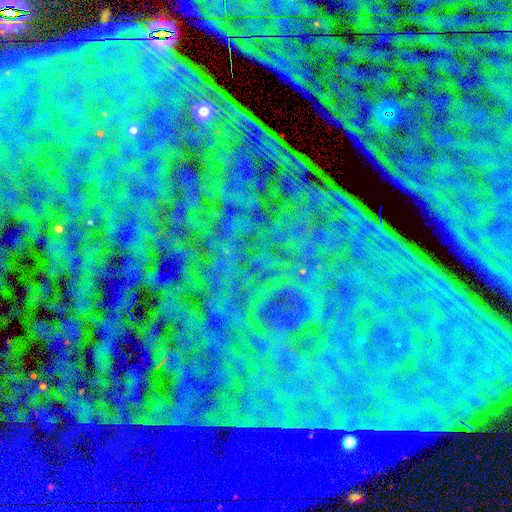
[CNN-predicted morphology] The model was most divided on "smooth or featured": star or artifact: 87%, featured or disk: 7%, smooth: 6%.